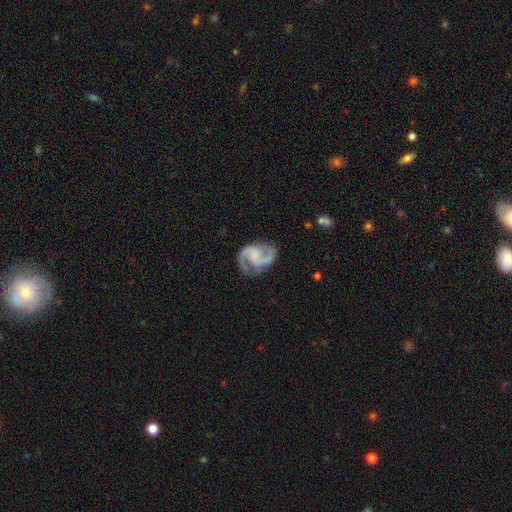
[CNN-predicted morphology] This is clearly a featured or disk galaxy (88%). It is clearly not viewed edge-on (98%). Bar: possibly no (58%). Spiral arm pattern: clearly yes (97%). Spiral arm count: clearly 2 (90%). Spiral winding: possibly medium (53%). Central bulge: possibly none (60%). Merging: likely none (73%).